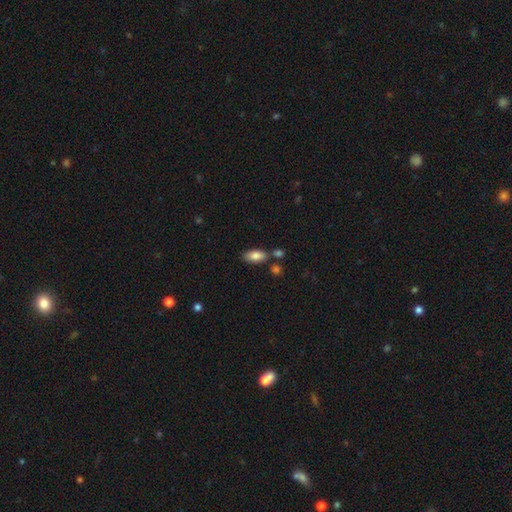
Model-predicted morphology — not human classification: A smooth galaxy with no disk features (84%) that is in between round and cigar-shaped (90%). Merging: none (71%).